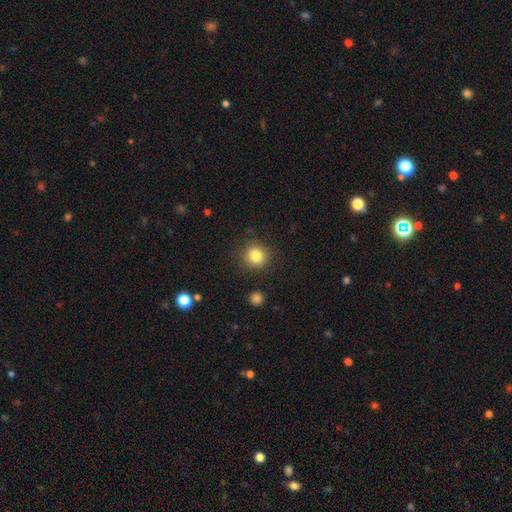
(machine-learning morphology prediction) This is clearly a smooth galaxy (83%). How rounded: clearly round (90%). Merging: clearly none (87%).